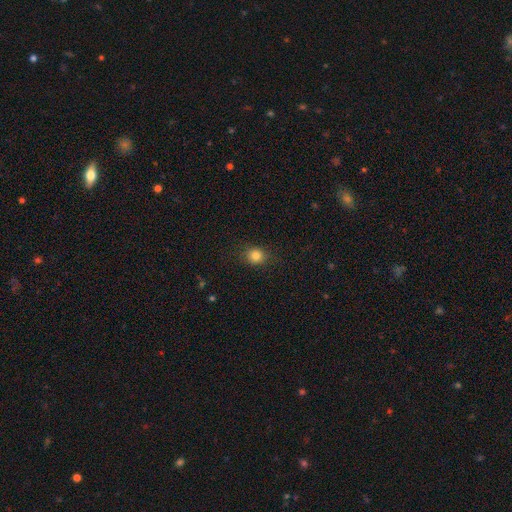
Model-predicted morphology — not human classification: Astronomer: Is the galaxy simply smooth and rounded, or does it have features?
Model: smooth — 83%.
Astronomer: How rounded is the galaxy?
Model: round — 73%.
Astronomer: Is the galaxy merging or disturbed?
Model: none — 84%.